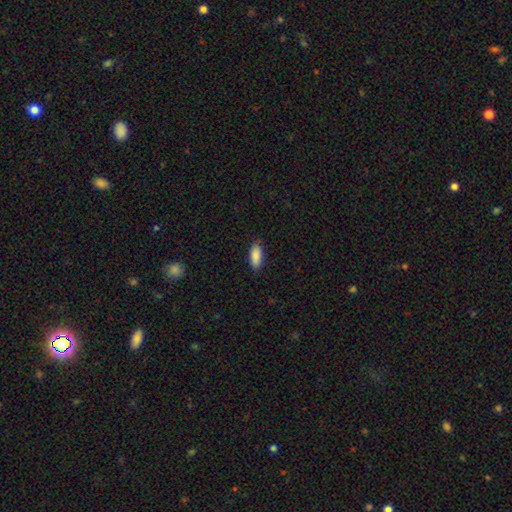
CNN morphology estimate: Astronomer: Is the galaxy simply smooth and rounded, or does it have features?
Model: smooth — 89%.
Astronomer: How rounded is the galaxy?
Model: in between — 83%.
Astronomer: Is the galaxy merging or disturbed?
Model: none — 85%.